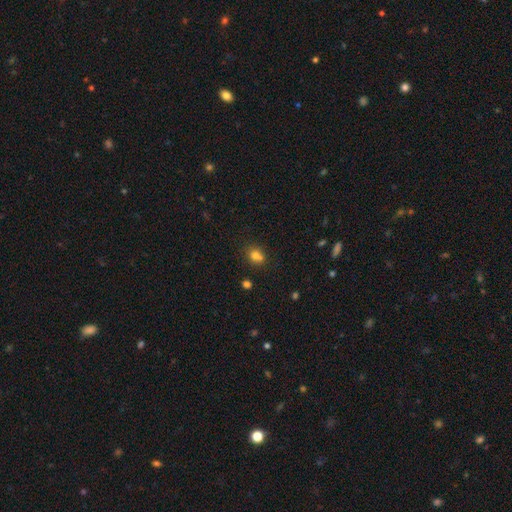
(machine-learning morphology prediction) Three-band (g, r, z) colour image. It shows a smooth galaxy with no disk features (74%) that is round (67%). Merging: none (53%).